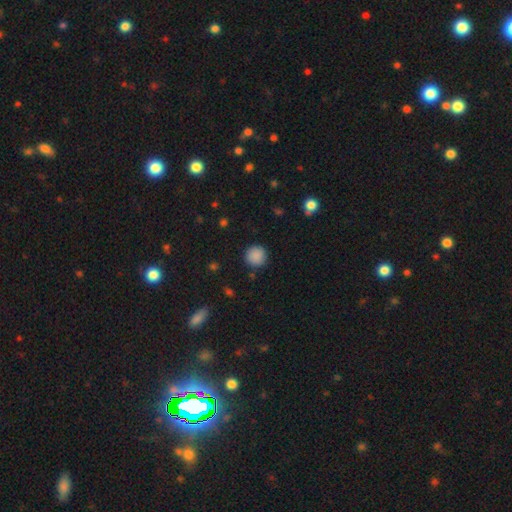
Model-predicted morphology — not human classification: smooth_or_featured: smooth (p=0.88) [alt: star or artifact p=0.09]
how_rounded: round (p=0.94) [alt: in between p=0.05]
merging: none (p=0.90) [alt: minor disturbance p=0.07]